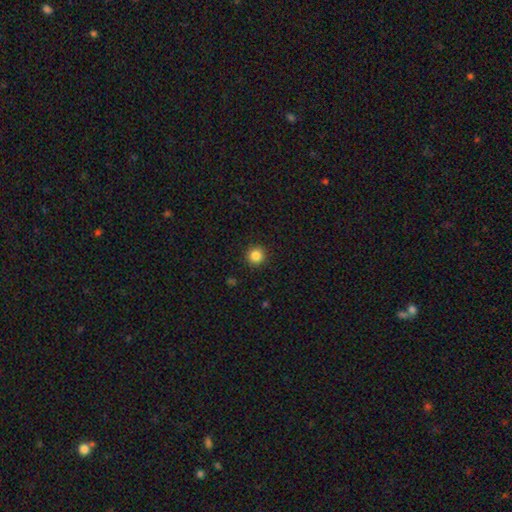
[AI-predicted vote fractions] Smooth or featured? smooth (85%)
How rounded? round (95%)
Merging? none (92%)